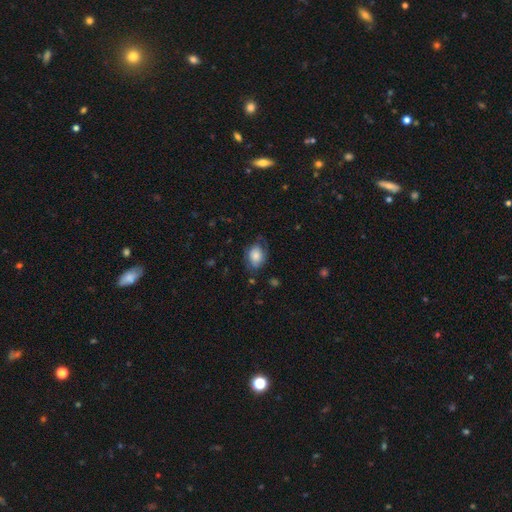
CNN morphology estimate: Smooth or featured: smooth — 61% (featured or disk — 31%)
How rounded: in between — 70% (round — 28%)
Merging: none — 58% (minor disturbance — 26%)